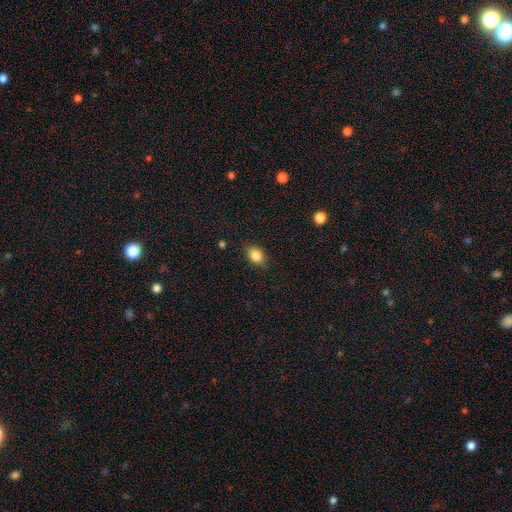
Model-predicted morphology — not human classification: Smooth or featured? smooth (84%)
How rounded? in between (74%)
Merging? none (84%)